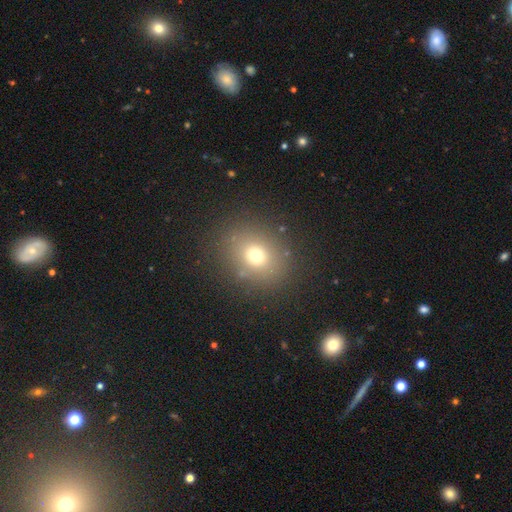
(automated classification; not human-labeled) Smooth or featured?
  - smooth: 71% *
  - star or artifact: 18%
  - featured or disk: 11%
How rounded?
  - round: 66% *
  - in between: 33%
  - cigar-shaped: 1%
Merging?
  - none: 84% *
  - minor disturbance: 9%
  - major disturbance: 5%
  - merger: 2%